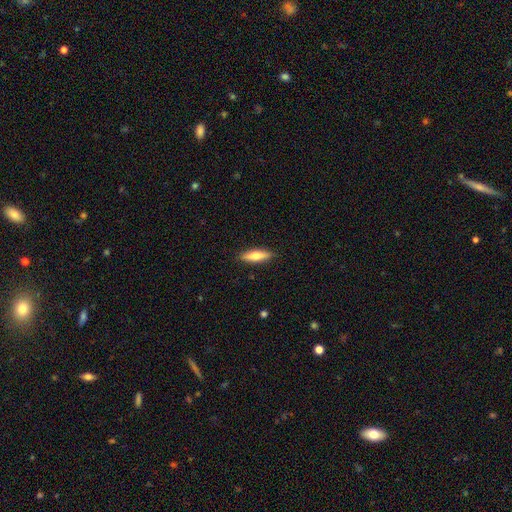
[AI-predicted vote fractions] The model was most divided on "how rounded": cigar-shaped: 59%, in between: 39%, round: 2%. More confident: merging — none (89%); smooth or featured — smooth (63%).